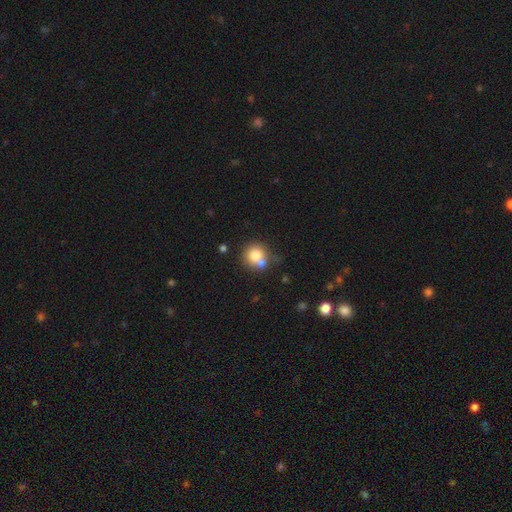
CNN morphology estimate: Smooth or featured?
  - smooth: 75% *
  - featured or disk: 14%
  - star or artifact: 10%
How rounded?
  - round: 87% *
  - in between: 12%
  - cigar-shaped: 1%
Merging?
  - none: 51% *
  - merger: 34%
  - minor disturbance: 11%
  - major disturbance: 4%